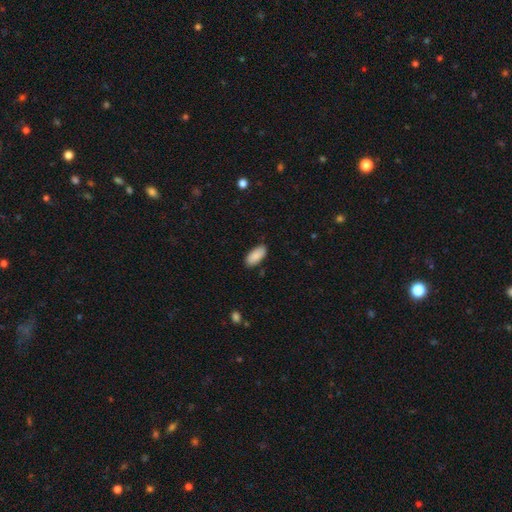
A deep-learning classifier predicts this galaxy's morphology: Smooth or featured? smooth (89%)
How rounded? in between (90%)
Merging? none (84%)